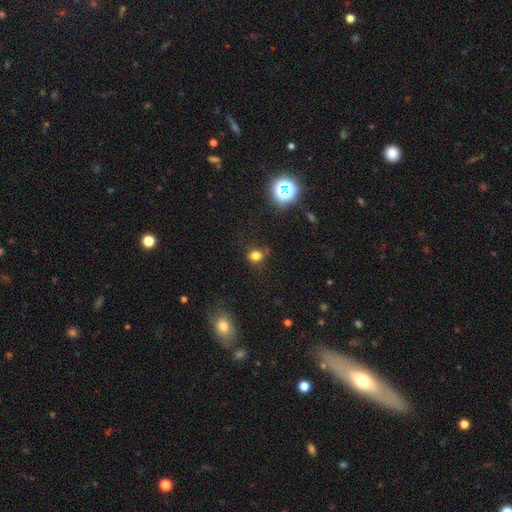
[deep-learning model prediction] This is likely a smooth galaxy (73%). How rounded: likely round (66%). Merging: likely none (67%).